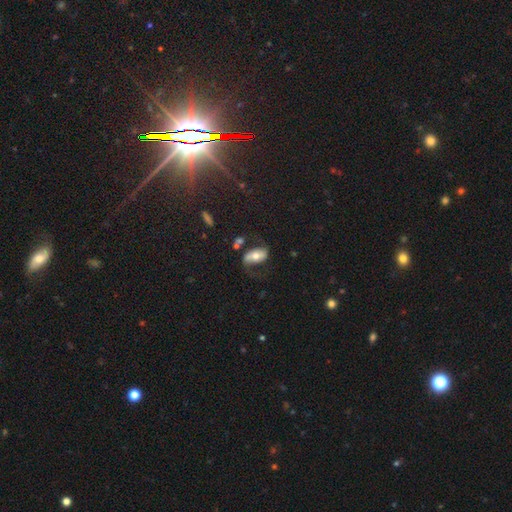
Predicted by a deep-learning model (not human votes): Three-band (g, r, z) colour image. It shows a featured or disk galaxy (55%). Merging: none (56%).